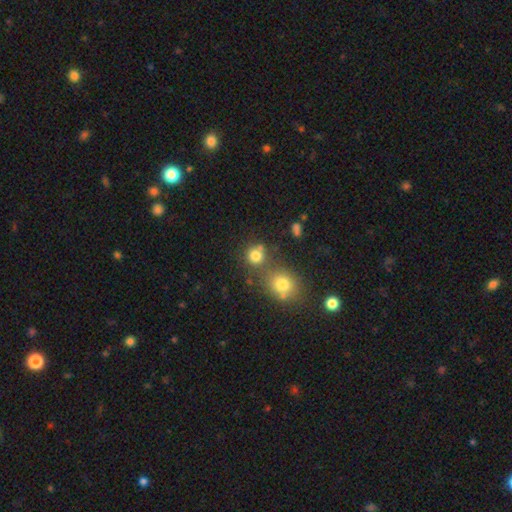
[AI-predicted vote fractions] Q: Smooth or featured?
A: smooth (78%); runner-up: star or artifact (15%)
Q: How rounded?
A: round (86%); runner-up: in between (13%)
Q: Merging?
A: none (60%); runner-up: merger (27%)